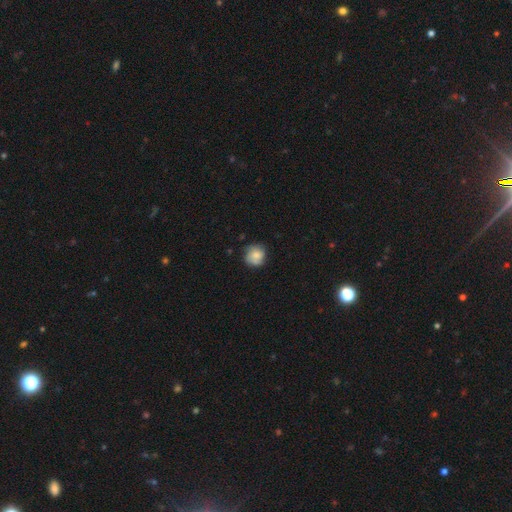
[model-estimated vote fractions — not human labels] A smooth galaxy with no disk features (66%) that is round (86%). Merging: none (71%).